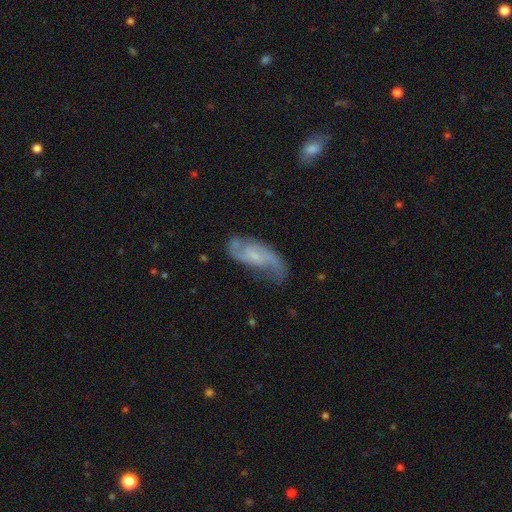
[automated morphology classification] A featured or disk galaxy (78%) with no bar (46%), 2 (85%) medium (45%) spiral arms (94%) and a small central bulge (47%).

Vote fractions:
- Smooth or featured? featured or disk: 78% / smooth: 15% / star or artifact: 6%
- Edge-on disk? no: 93% / yes: 7%
- Bar? no: 46% / weak: 43% / strong: 11%
- Spiral arms? yes: 94% / no: 6%
- Spiral winding? medium: 45% / loose: 38% / tight: 17%
- Spiral arm count? 2: 85% / can't tell: 7% / 1: 3% / 3: 2% / 4: 1% / more than 4: 1%
- Bulge size? small: 47% / none: 30% / moderate: 19% / large: 3% / dominant: 1%
- Merging? none: 64% / minor disturbance: 22% / major disturbance: 11% / merger: 2%